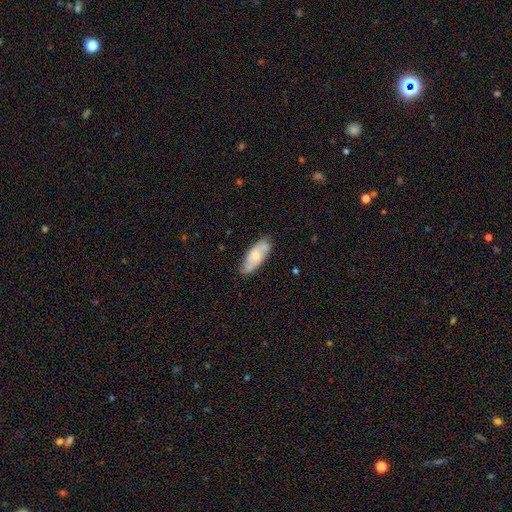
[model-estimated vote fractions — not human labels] Smooth or featured? Predicted: smooth (p=0.56). How rounded? Predicted: in between (p=0.75). Merging? Predicted: none (p=0.75).